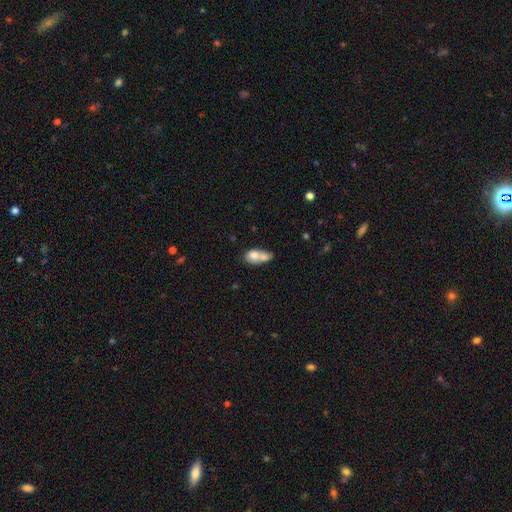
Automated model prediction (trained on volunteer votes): This appears to be a smooth galaxy with no disk features (72%) that is in between round and cigar-shaped (68%). Merging: merger (65%).